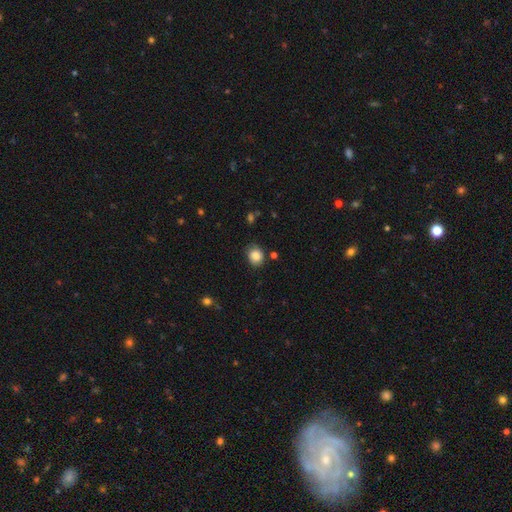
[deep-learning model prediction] Smooth or featured? Predicted: smooth (p=0.86). How rounded? Predicted: round (p=0.65). Merging? Predicted: none (p=0.75).